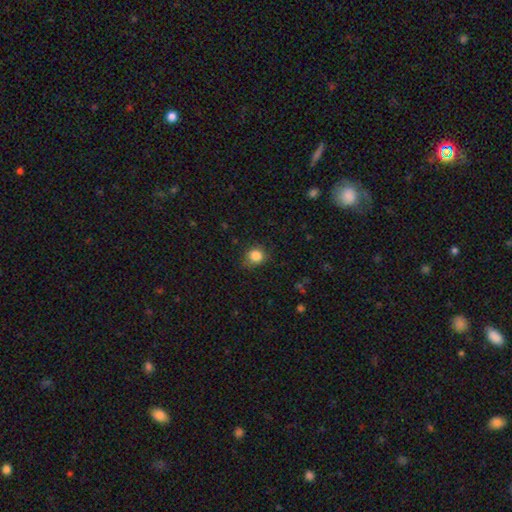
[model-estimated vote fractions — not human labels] smooth-or-featured: smooth: 84% | star or artifact: 11% | featured or disk: 5%
  how-rounded: round: 83% | in between: 16% | cigar-shaped: 1%
  merging: none: 77% | minor disturbance: 18% | major disturbance: 4% | merger: 1%